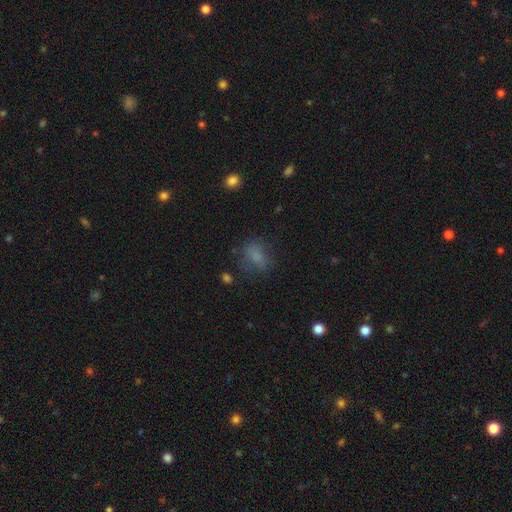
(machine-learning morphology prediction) A smooth galaxy with no disk features (73%) that is in between round and cigar-shaped (62%). Merging: none (65%).